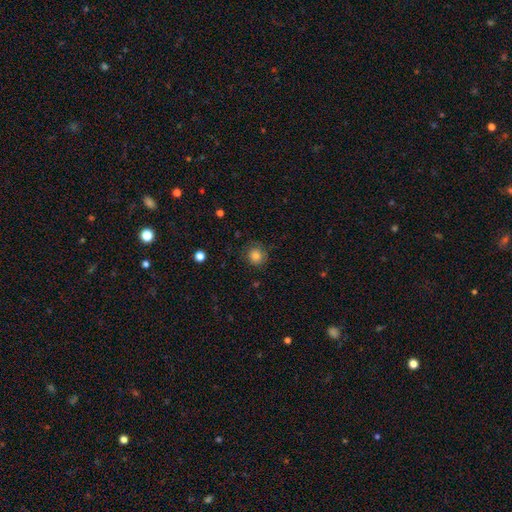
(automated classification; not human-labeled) smooth-or-featured: smooth: 83% | star or artifact: 11% | featured or disk: 6%
  how-rounded: round: 90% | in between: 9% | cigar-shaped: 1%
  merging: none: 80% | minor disturbance: 15% | major disturbance: 4% | merger: 1%